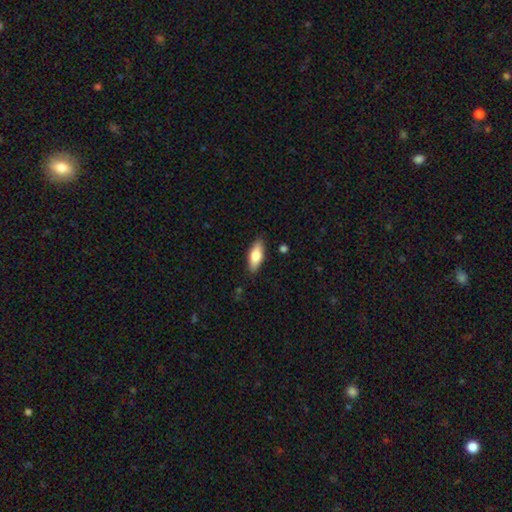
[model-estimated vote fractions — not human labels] Q: Smooth or featured?
A: smooth (73%); runner-up: featured or disk (21%)
Q: How rounded?
A: in between (73%); runner-up: cigar-shaped (24%)
Q: Merging?
A: none (87%); runner-up: minor disturbance (10%)